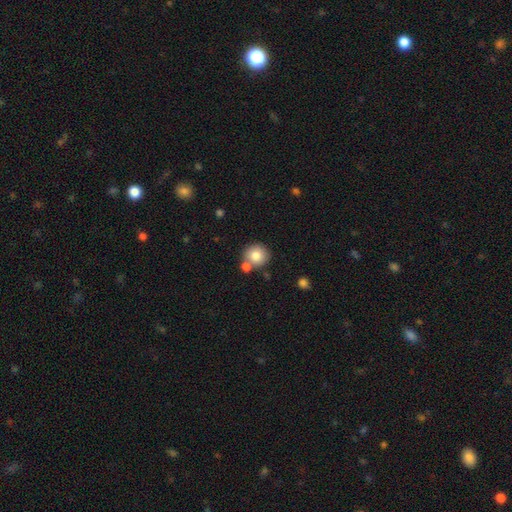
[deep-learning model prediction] The model was most divided on "merging": none: 66%, merger: 22%, minor disturbance: 9%, major disturbance: 3%. More confident: how rounded — round (91%); smooth or featured — smooth (80%).